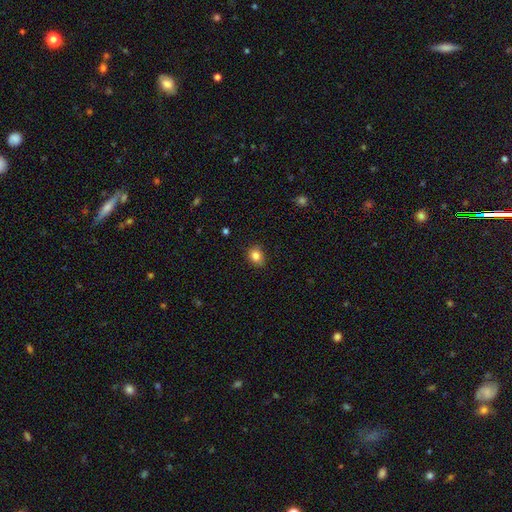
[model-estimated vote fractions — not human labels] A smooth galaxy with no disk features (83%) that is round (52%).

Vote fractions:
- Smooth or featured? smooth: 83% / star or artifact: 11% / featured or disk: 6%
- How rounded? round: 52% / in between: 47% / cigar-shaped: 1%
- Merging? none: 83% / minor disturbance: 14% / major disturbance: 2% / merger: 1%